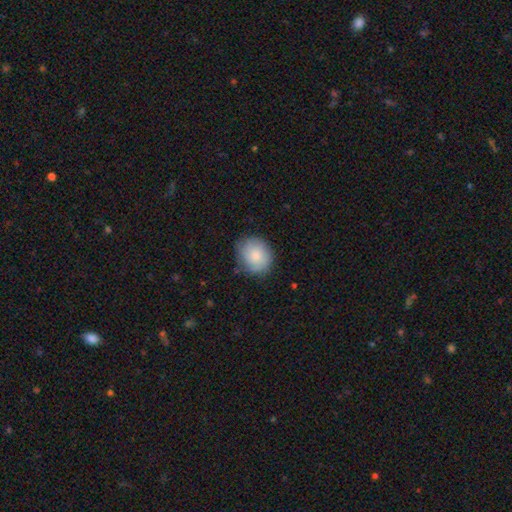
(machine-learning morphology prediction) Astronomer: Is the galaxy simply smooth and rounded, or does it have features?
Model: smooth — 72%.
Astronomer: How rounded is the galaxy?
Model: round — 71%.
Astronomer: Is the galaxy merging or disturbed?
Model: none — 72%.